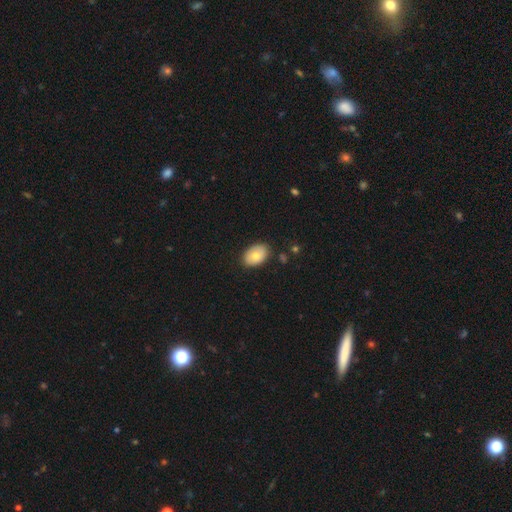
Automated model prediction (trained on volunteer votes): Morphology: type=smooth (74%); roundness=in between (84%); merging=none (85%).